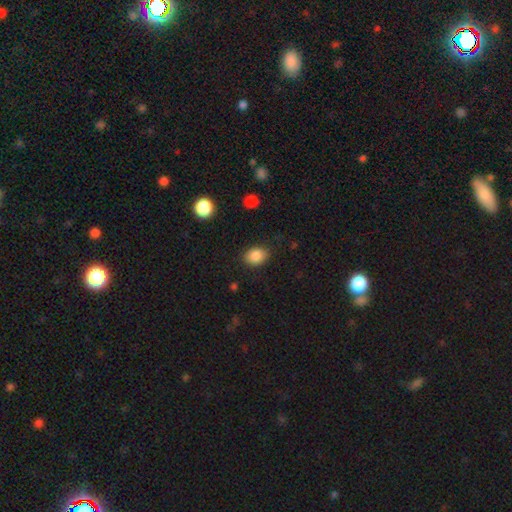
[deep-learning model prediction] Morphology: type=smooth (87%); roundness=in between (71%); merging=none (86%).